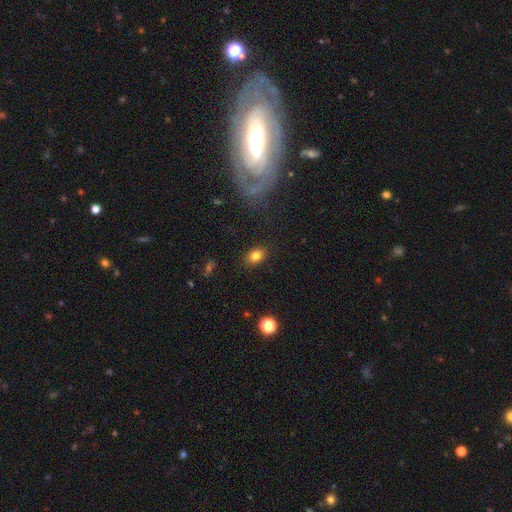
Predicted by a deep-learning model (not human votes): Overall: smooth (82%). How rounded: in between (70%). Merging: none (87%).